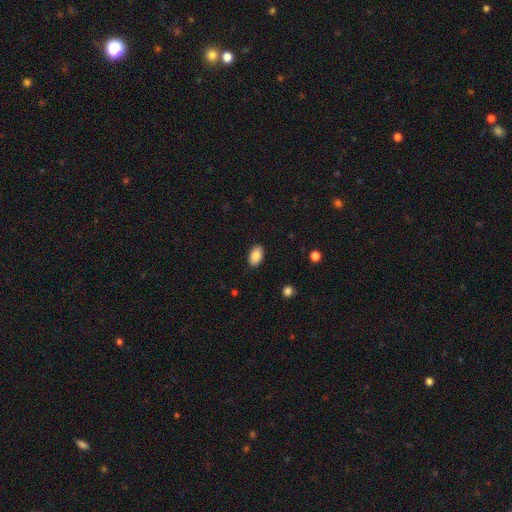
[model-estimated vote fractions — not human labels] This is clearly a smooth galaxy (88%). How rounded: clearly in between (93%). Merging: clearly none (88%).